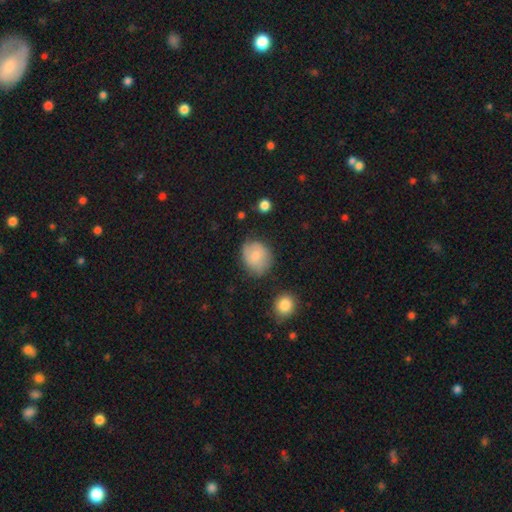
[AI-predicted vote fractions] This appears to be a smooth galaxy with no disk features (74%) that is round (62%). Merging: none (66%).